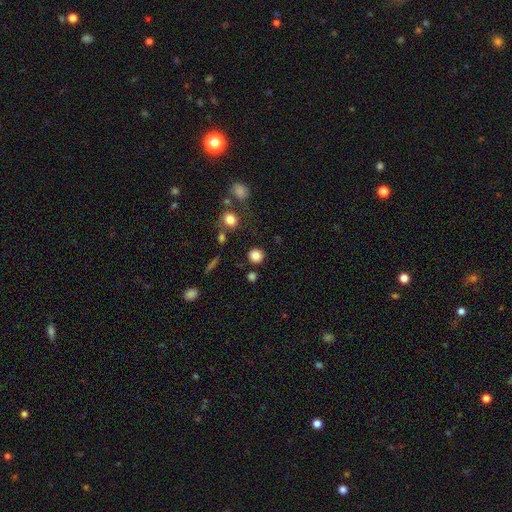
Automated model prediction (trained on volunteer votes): Smooth or featured: smooth — 83% (star or artifact — 11%)
How rounded: round — 91% (in between — 8%)
Merging: none — 86% (minor disturbance — 7%)